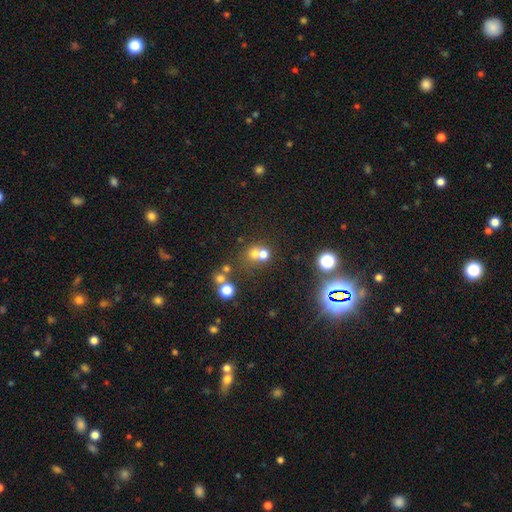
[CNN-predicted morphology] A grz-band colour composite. It shows a smooth galaxy with no disk features (59%) that is round (83%). Merging: none (48%).